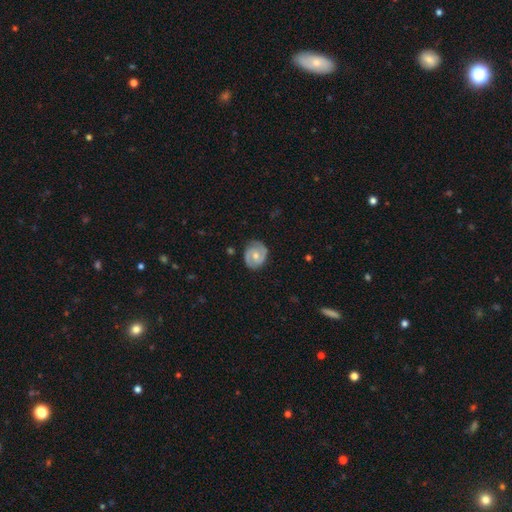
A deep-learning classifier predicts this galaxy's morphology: smooth-or-featured: featured or disk: 79% | smooth: 16% | star or artifact: 5%
  disk-edge-on: no: 98% | yes: 2%
    bar: no: 57% | weak: 36% | strong: 7%
    has-spiral-arms: yes: 94% | no: 6%
      spiral-winding: tight: 53% | medium: 38% | loose: 9%
      spiral-arm-count: 2: 88% | can't tell: 6% | 1: 3% | 3: 2% | 4: 1% | more than 4: 1%
    bulge-size: moderate: 64% | small: 30% | large: 3% | none: 2% | dominant: 1%
  merging: none: 81% | minor disturbance: 14% | major disturbance: 3% | merger: 1%